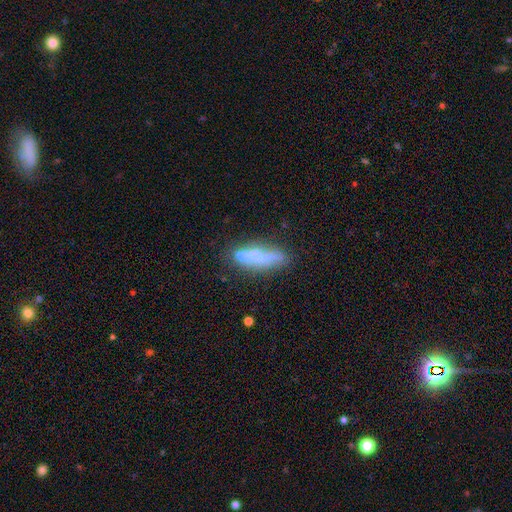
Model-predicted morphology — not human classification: smooth-or-featured: featured or disk: 52% | smooth: 38% | star or artifact: 10%
  disk-edge-on: yes: 53% | no: 47%
  merging: none: 51% | merger: 21% | minor disturbance: 19% | major disturbance: 9%